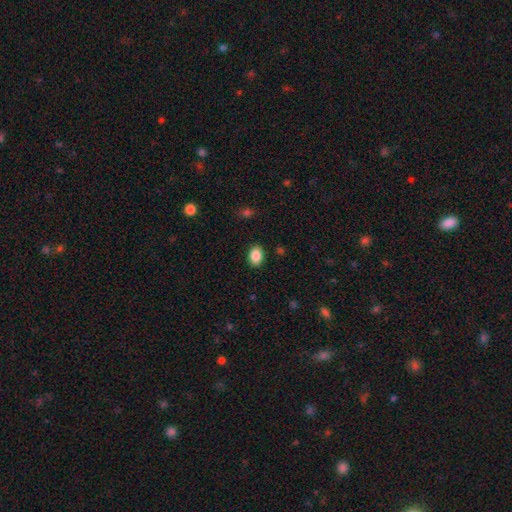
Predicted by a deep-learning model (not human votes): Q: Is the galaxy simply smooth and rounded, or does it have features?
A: smooth — 87%.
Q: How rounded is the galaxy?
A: in between — 74%.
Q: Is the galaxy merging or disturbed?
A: none — 88%.